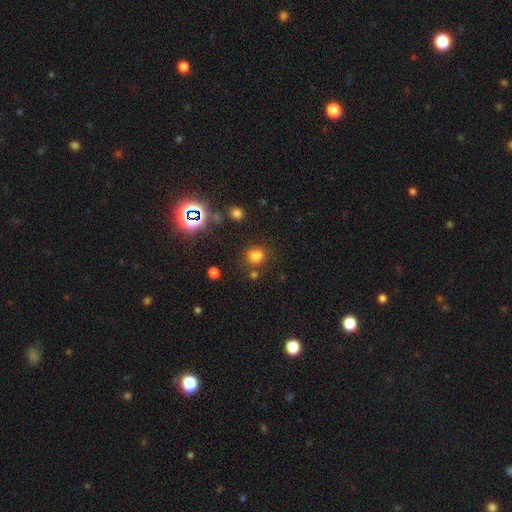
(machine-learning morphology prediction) Overall: smooth (74%). How rounded: round (80%). Merging: none (76%).